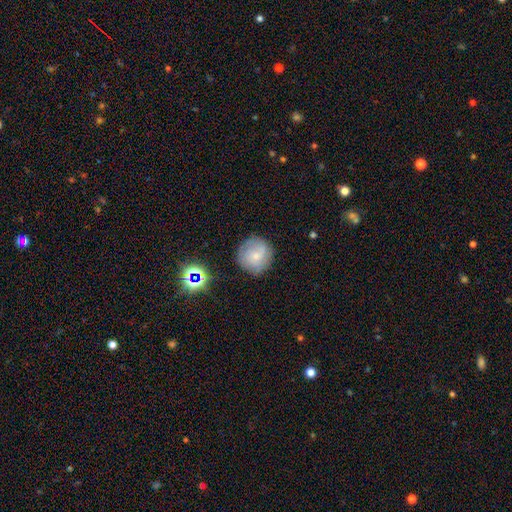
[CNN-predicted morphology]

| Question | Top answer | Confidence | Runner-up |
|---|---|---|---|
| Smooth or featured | smooth | 66% | featured or disk (24%) |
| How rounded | round | 93% | in between (6%) |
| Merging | none | 79% | minor disturbance (15%) |